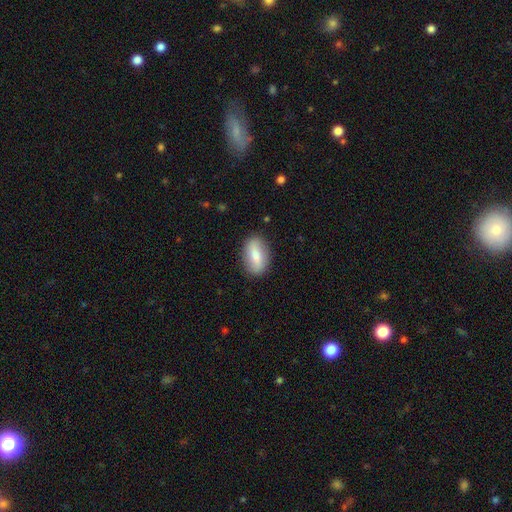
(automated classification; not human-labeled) smooth-or-featured: smooth: 70% | featured or disk: 23% | star or artifact: 6%
  how-rounded: in between: 88% | round: 7% | cigar-shaped: 5%
  merging: none: 85% | minor disturbance: 11% | major disturbance: 3% | merger: 1%